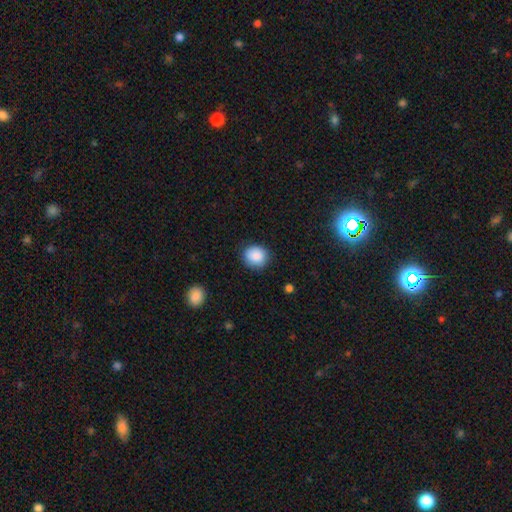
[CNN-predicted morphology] type=smooth (88%); roundness=round (83%); merging=none (86%).